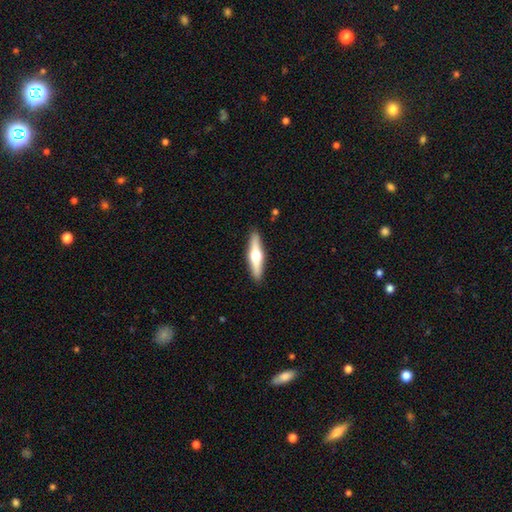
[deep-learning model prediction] The model was most divided on "smooth or featured": featured or disk: 58%, smooth: 37%, star or artifact: 5%. More confident: edge-on bulge — rounded (95%); edge-on disk — yes (94%); merging — none (90%).